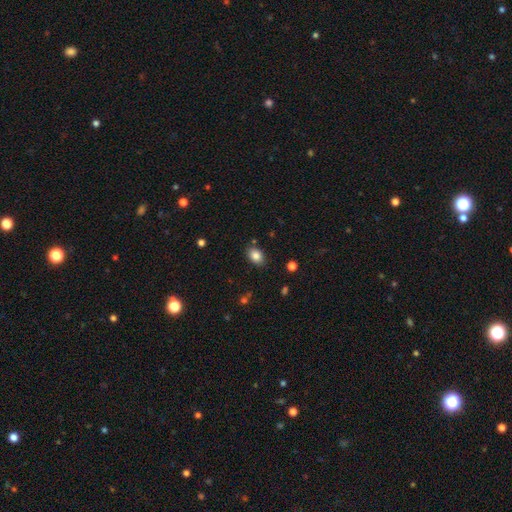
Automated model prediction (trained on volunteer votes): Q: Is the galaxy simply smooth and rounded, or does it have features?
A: smooth — 84%.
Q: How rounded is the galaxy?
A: in between — 78%.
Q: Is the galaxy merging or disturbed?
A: none — 83%.